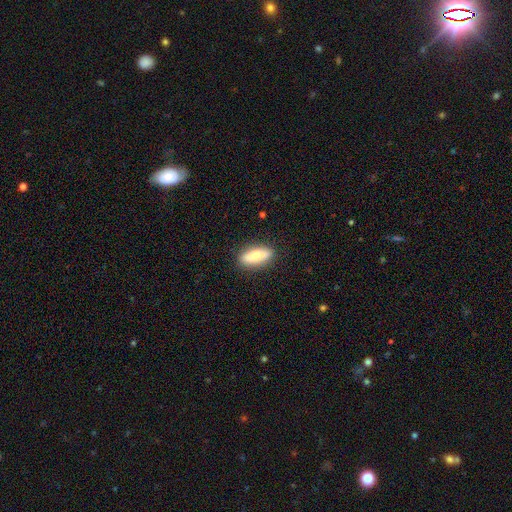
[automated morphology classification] type=smooth (71%); roundness=in between (60%); merging=none (87%).